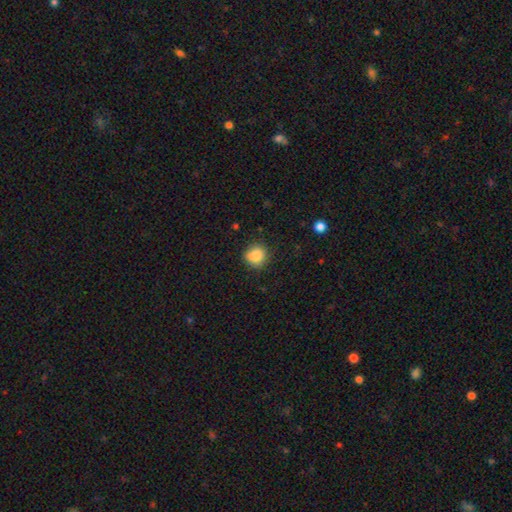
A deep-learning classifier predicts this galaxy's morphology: Smooth or featured? Predicted: smooth (p=0.85). How rounded? Predicted: round (p=0.82). Merging? Predicted: none (p=0.73).